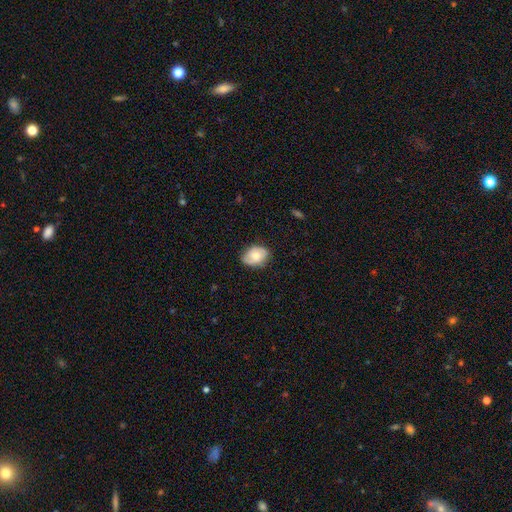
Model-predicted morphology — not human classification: smooth 62%, featured or disk 30%, star or artifact 8%. Down the decision tree: how rounded — in between (71%); merging — none (76%).